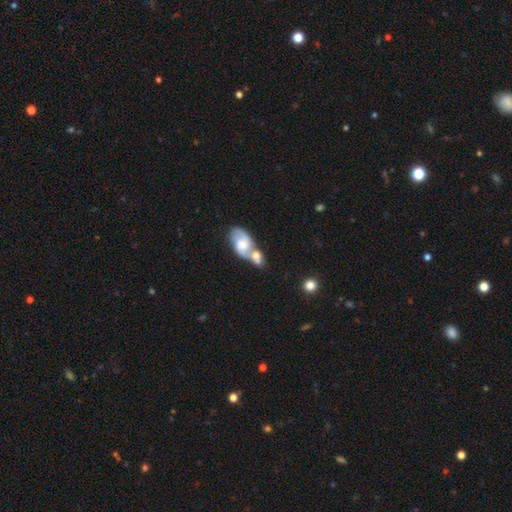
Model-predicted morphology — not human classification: A featured or disk galaxy (50%).

Vote fractions:
- Smooth or featured? featured or disk: 50% / smooth: 42% / star or artifact: 7%
- Edge-on disk? no: 92% / yes: 8%
- Merging? merger: 67% / none: 19% / minor disturbance: 8% / major disturbance: 5%